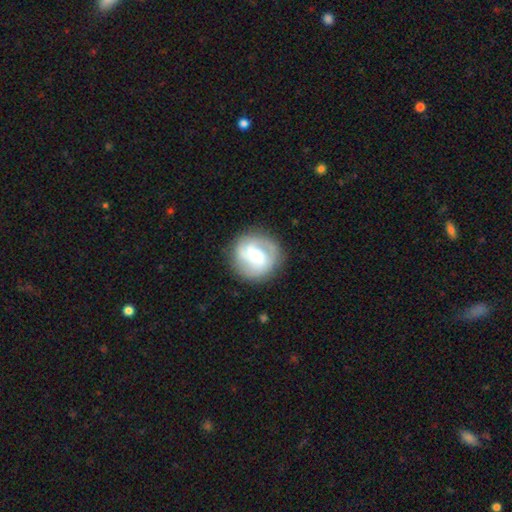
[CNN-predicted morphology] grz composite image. It shows a featured or disk galaxy (68%) with a weak bar (46%), 2 (47%) medium (42%) spiral arms (87%) and a moderate central bulge (69%). Merging: none (82%).